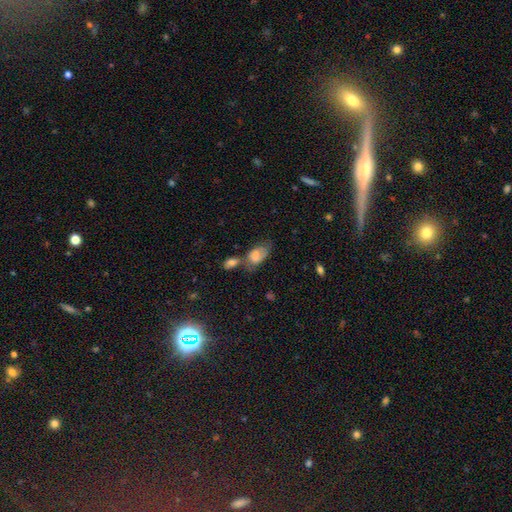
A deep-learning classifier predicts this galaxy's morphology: smooth_or_featured: smooth (p=0.70) [alt: featured or disk p=0.21]
how_rounded: in between (p=0.91) [alt: round p=0.07]
merging: merger (p=0.40) [alt: none p=0.29]